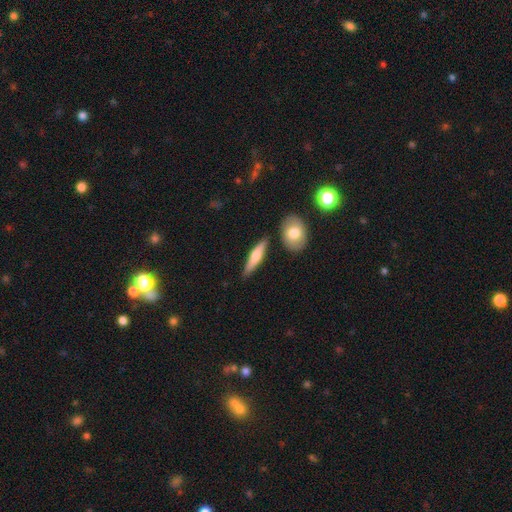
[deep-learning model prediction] A smooth galaxy with no disk features (53%) that is cigar-shaped (73%).

Vote fractions:
- Smooth or featured? smooth: 53% / featured or disk: 41% / star or artifact: 5%
- How rounded? cigar-shaped: 73% / in between: 23% / round: 3%
- Merging? none: 82% / minor disturbance: 10% / merger: 5% / major disturbance: 2%